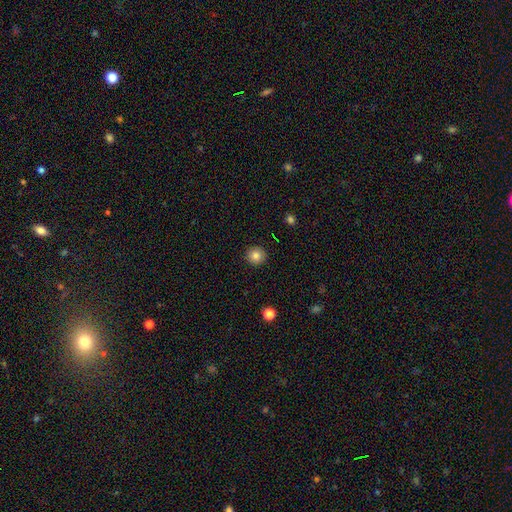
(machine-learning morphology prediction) Smooth or featured?
  - smooth: 83% *
  - star or artifact: 10%
  - featured or disk: 7%
How rounded?
  - round: 94% *
  - in between: 5%
  - cigar-shaped: 1%
Merging?
  - none: 92% *
  - minor disturbance: 5%
  - major disturbance: 2%
  - merger: 1%